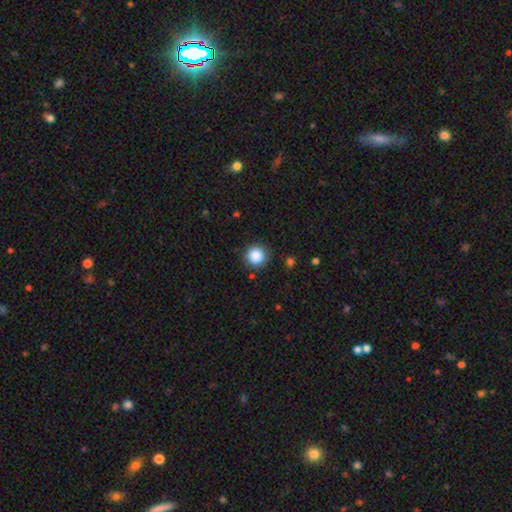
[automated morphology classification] A smooth galaxy with no disk features (87%) that is round (95%). Merging: none (89%).